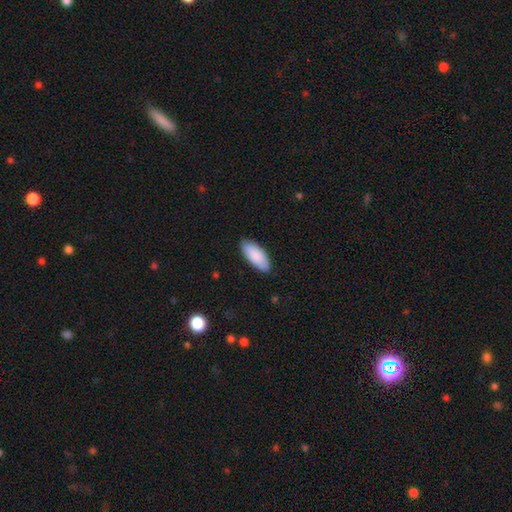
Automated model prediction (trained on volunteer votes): The model was most divided on "how rounded": in between: 86%, cigar-shaped: 12%, round: 2%. More confident: smooth or featured — smooth (89%); merging — none (87%).